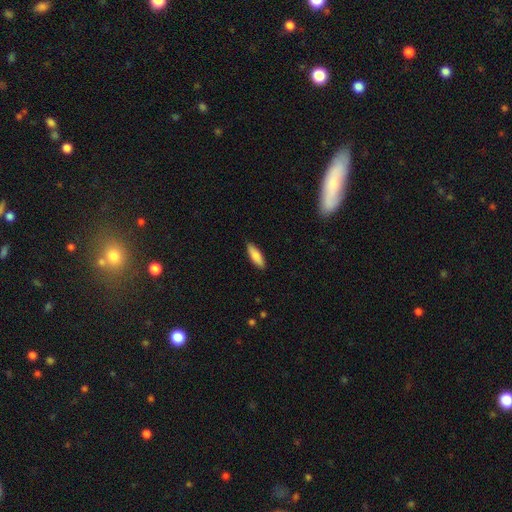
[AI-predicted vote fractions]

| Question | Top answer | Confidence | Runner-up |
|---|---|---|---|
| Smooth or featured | smooth | 82% | featured or disk (12%) |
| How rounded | in between | 54% | cigar-shaped (44%) |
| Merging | none | 89% | minor disturbance (9%) |